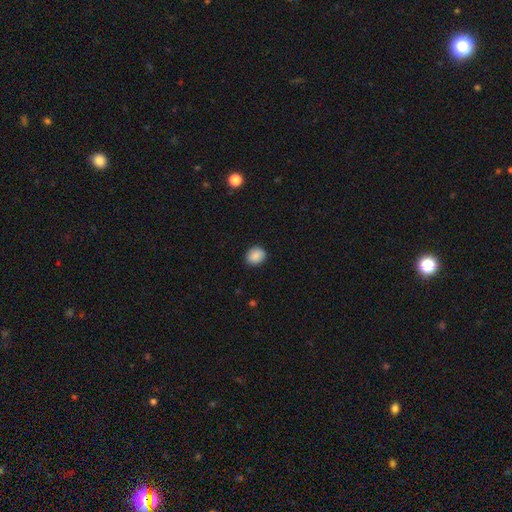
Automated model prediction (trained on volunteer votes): A smooth galaxy with no disk features (88%) that is round (67%). Merging: none (89%).